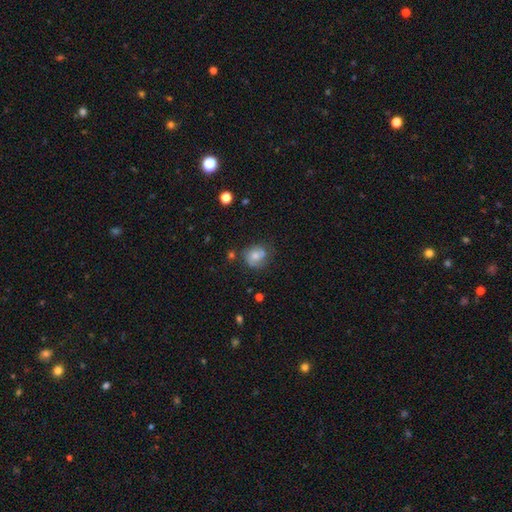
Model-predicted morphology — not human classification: Smooth or featured?
  - smooth: 50% *
  - featured or disk: 39%
  - star or artifact: 10%
How rounded?
  - round: 71% *
  - in between: 28%
  - cigar-shaped: 1%
Merging?
  - none: 58% *
  - minor disturbance: 24%
  - major disturbance: 9%
  - merger: 8%